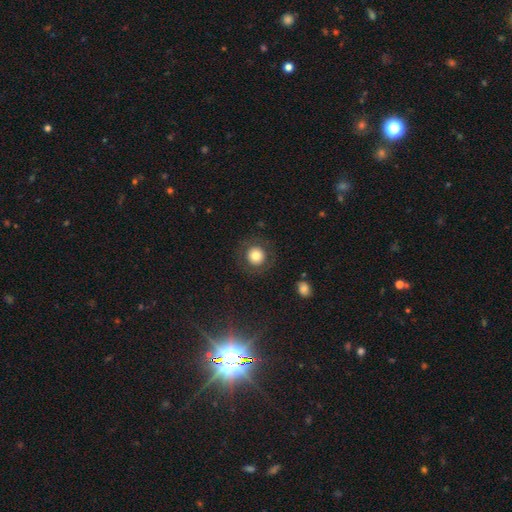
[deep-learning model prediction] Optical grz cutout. It shows a smooth galaxy with no disk features (75%) that is round (93%). Merging: none (85%).